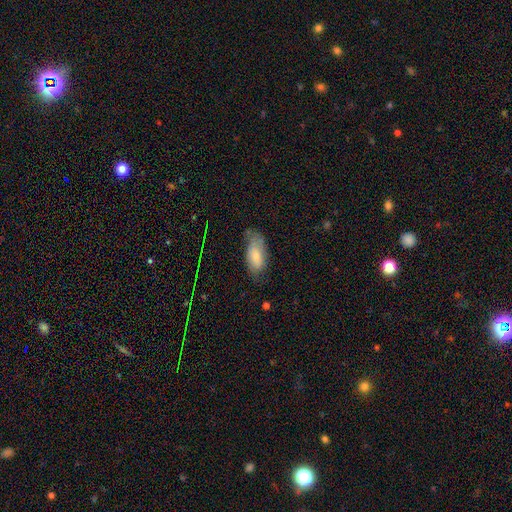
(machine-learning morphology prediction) A smooth galaxy with no disk features (71%) that is in between round and cigar-shaped (88%). Merging: none (56%).